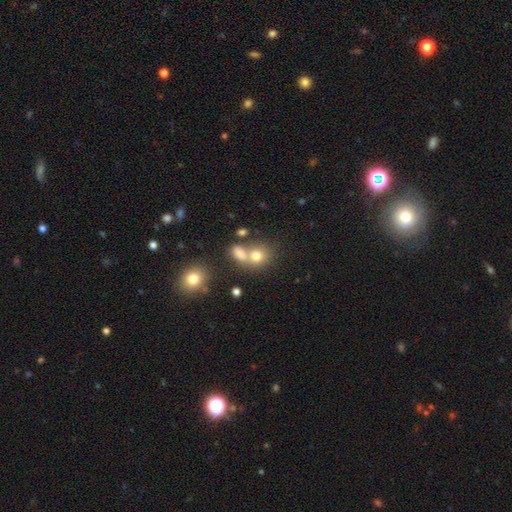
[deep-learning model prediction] A smooth galaxy with no disk features (71%) that is round (68%).

Vote fractions:
- Smooth or featured? smooth: 71% / star or artifact: 16% / featured or disk: 14%
- How rounded? round: 68% / in between: 31% / cigar-shaped: 1%
- Merging? merger: 48% / none: 40% / minor disturbance: 8% / major disturbance: 4%